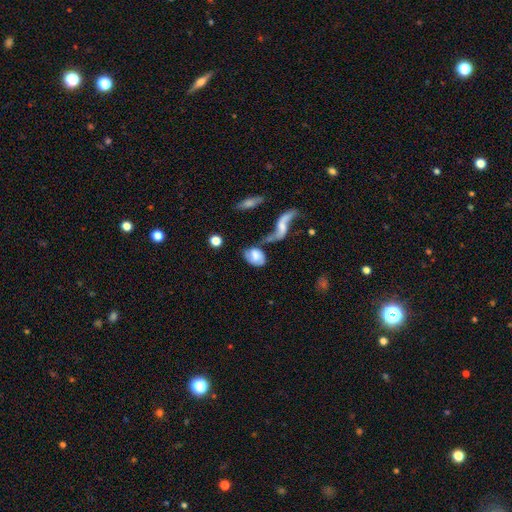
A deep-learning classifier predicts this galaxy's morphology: A smooth galaxy with no disk features (50%) that is in between round and cigar-shaped (81%).

Vote fractions:
- Smooth or featured? smooth: 50% / featured or disk: 42% / star or artifact: 8%
- How rounded? in between: 81% / round: 16% / cigar-shaped: 2%
- Merging? none: 35% / merger: 30% / minor disturbance: 20% / major disturbance: 15%